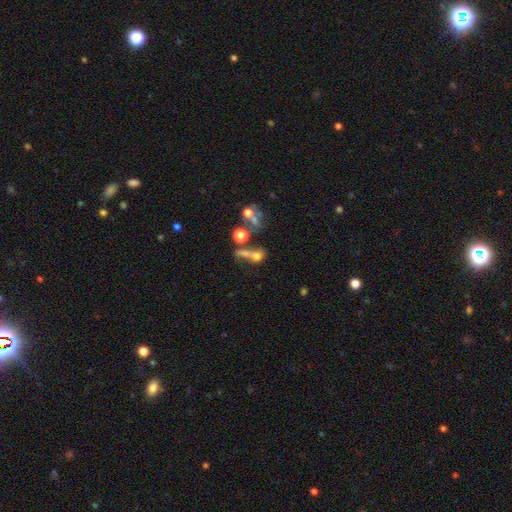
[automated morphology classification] smooth-or-featured: smooth: 50% | featured or disk: 26% | star or artifact: 24%
  merging: merger: 44% | none: 28% | major disturbance: 17% | minor disturbance: 10%